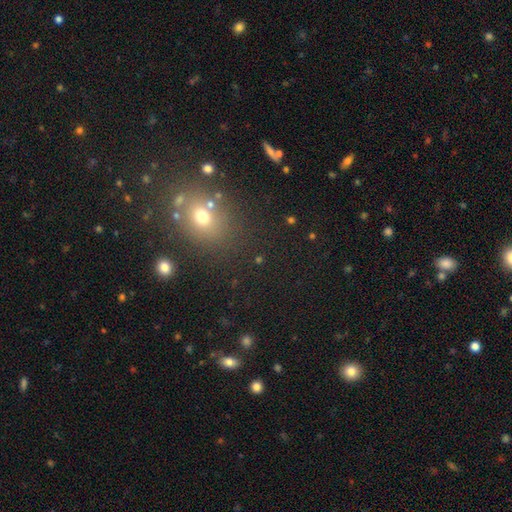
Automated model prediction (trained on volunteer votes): A smooth galaxy with no disk features (50%) that is round (64%).

Vote fractions:
- Smooth or featured? smooth: 50% / star or artifact: 39% / featured or disk: 11%
- How rounded? round: 64% / in between: 34% / cigar-shaped: 2%
- Merging? none: 78% / minor disturbance: 10% / merger: 7% / major disturbance: 5%